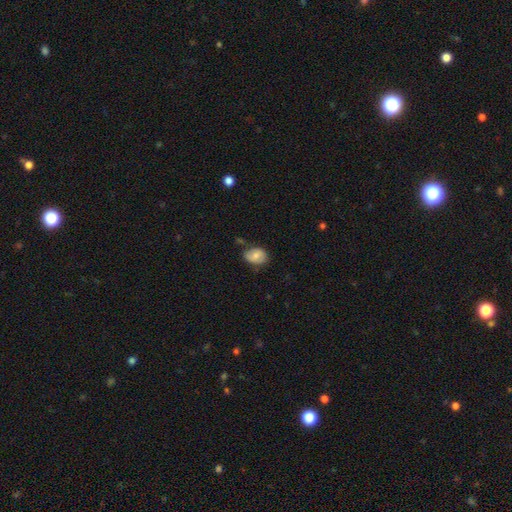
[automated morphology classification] type=smooth (72%); roundness=in between (72%); merging=none (64%).